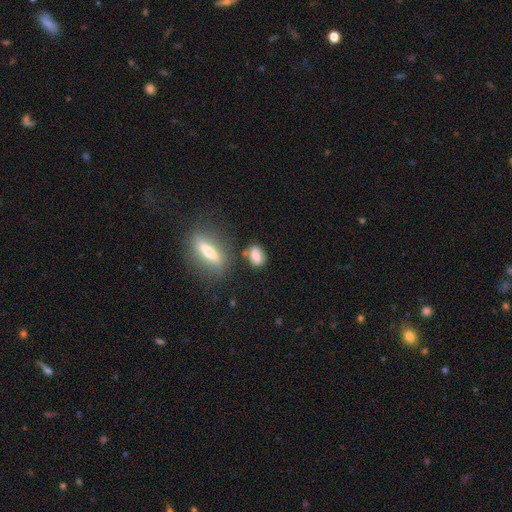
smooth_or_featured: smooth (p=0.82) [alt: featured or disk p=0.18]
how_rounded: in between (p=0.77) [alt: cigar-shaped p=0.13]
merging: none (p=0.50) [alt: minor disturbance p=0.26]